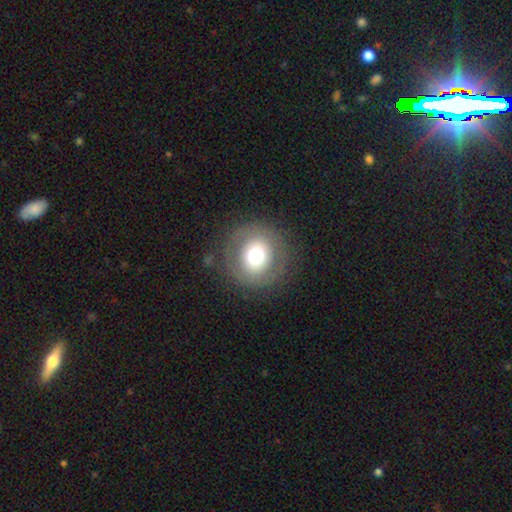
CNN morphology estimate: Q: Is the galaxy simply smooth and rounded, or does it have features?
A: smooth — 62%.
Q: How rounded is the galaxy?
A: round — 93%.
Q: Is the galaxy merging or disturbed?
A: none — 84%.